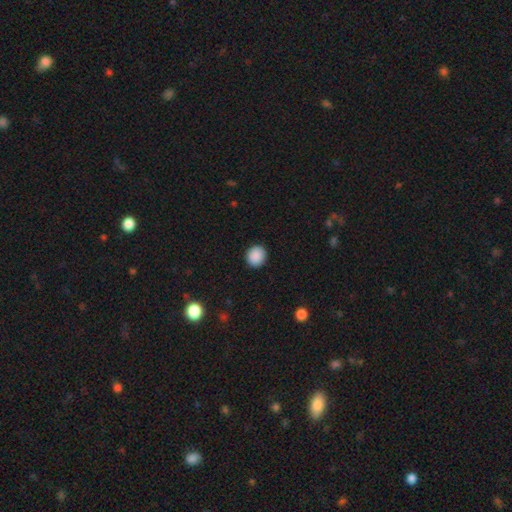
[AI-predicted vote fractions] Smooth or featured: smooth — 89% (star or artifact — 8%)
How rounded: round — 85% (in between — 14%)
Merging: none — 92% (minor disturbance — 5%)